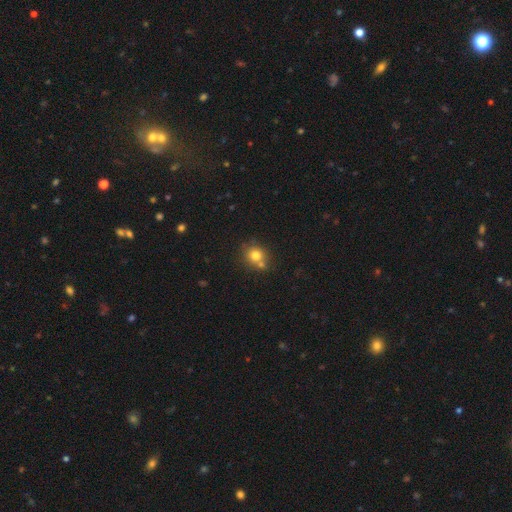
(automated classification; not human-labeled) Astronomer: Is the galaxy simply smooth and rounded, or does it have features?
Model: smooth — 77%.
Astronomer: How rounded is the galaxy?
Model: round — 84%.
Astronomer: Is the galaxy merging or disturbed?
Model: none — 59%.